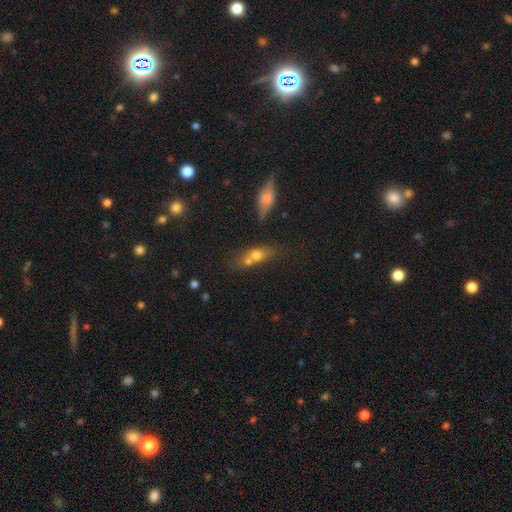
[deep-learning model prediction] Morphology: type=smooth (56%); roundness=in between (55%); merging=merger (43%).